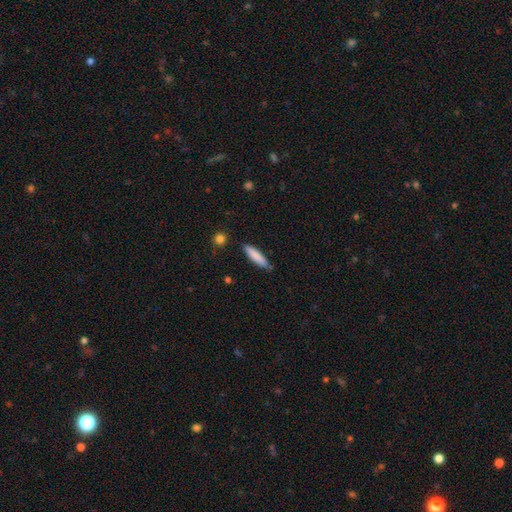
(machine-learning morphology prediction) smooth-or-featured: smooth: 84% | featured or disk: 10% | star or artifact: 6%
  how-rounded: cigar-shaped: 79% | in between: 20% | round: 1%
  merging: none: 82% | minor disturbance: 13% | merger: 3% | major disturbance: 2%